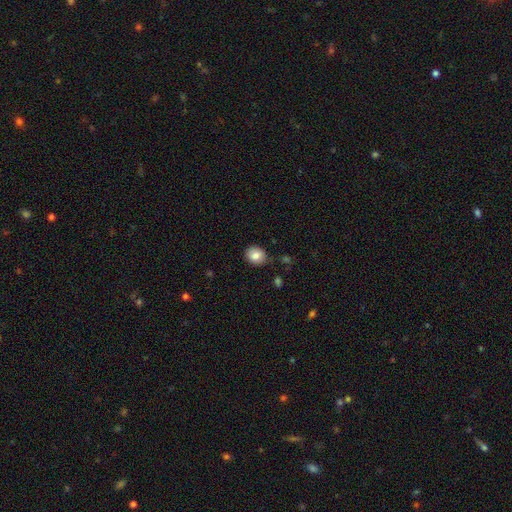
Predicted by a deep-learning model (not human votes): Morphology: type=smooth (84%); roundness=round (63%); merging=none (83%).